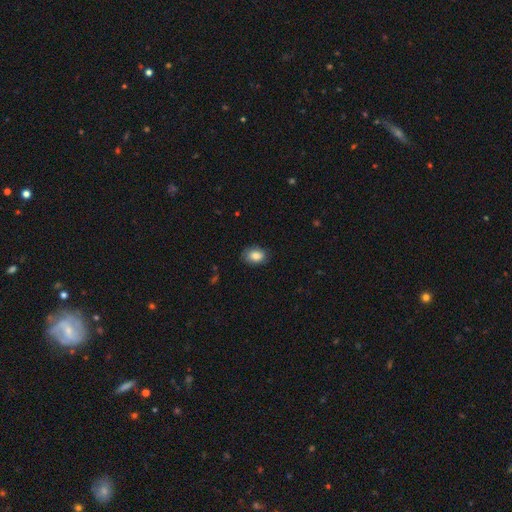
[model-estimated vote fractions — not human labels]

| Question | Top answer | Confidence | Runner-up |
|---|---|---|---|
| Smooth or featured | smooth | 84% | featured or disk (8%) |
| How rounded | in between | 77% | round (22%) |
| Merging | none | 81% | minor disturbance (15%) |